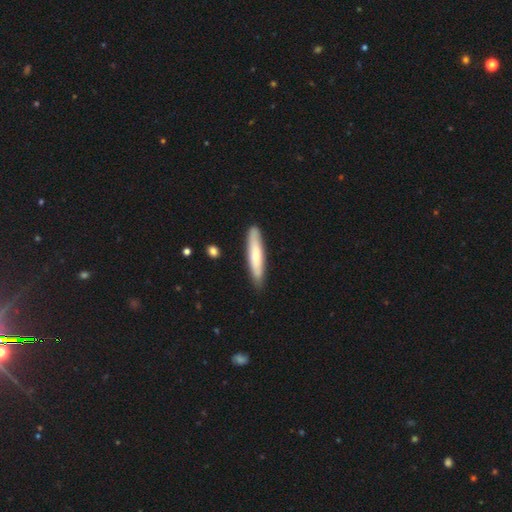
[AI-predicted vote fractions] smooth_or_featured: smooth (p=0.63) [alt: featured or disk p=0.32]
how_rounded: cigar-shaped (p=0.87) [alt: in between p=0.12]
merging: none (p=0.85) [alt: minor disturbance p=0.11]